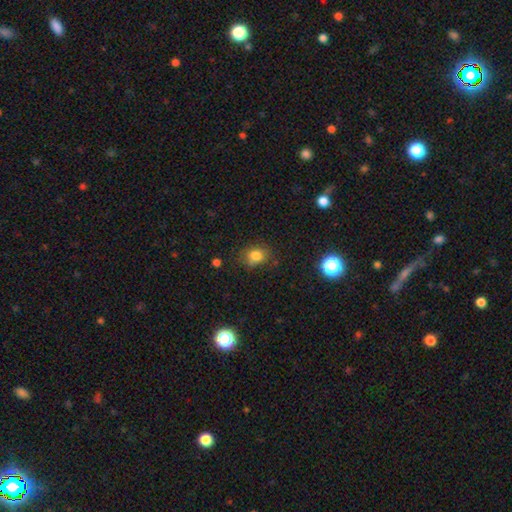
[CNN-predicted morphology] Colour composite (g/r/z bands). It shows a smooth galaxy with no disk features (79%) that is round (56%). Merging: none (73%).